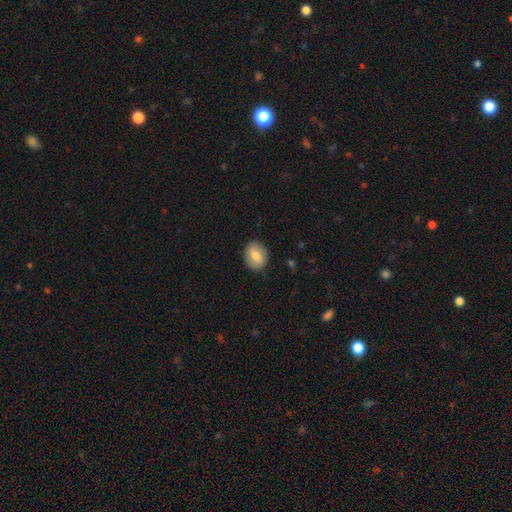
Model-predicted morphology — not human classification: A smooth galaxy with no disk features (75%) that is in between round and cigar-shaped (52%).

Vote fractions:
- Smooth or featured? smooth: 75% / featured or disk: 17% / star or artifact: 7%
- How rounded? in between: 52% / round: 47% / cigar-shaped: 1%
- Merging? none: 85% / minor disturbance: 11% / major disturbance: 3% / merger: 1%